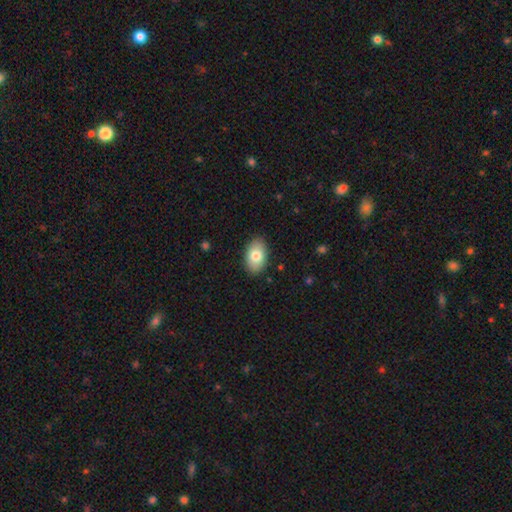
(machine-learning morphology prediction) A smooth galaxy with no disk features (79%) that is in between round and cigar-shaped (92%). Merging: none (87%).